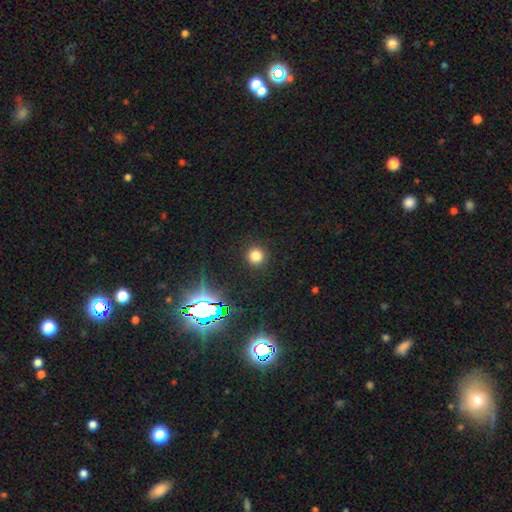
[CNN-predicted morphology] A smooth galaxy with no disk features (75%) that is round (94%).

Vote fractions:
- Smooth or featured? smooth: 75% / star or artifact: 19% / featured or disk: 5%
- How rounded? round: 94% / in between: 5% / cigar-shaped: 1%
- Merging? none: 91% / minor disturbance: 5% / major disturbance: 2% / merger: 1%